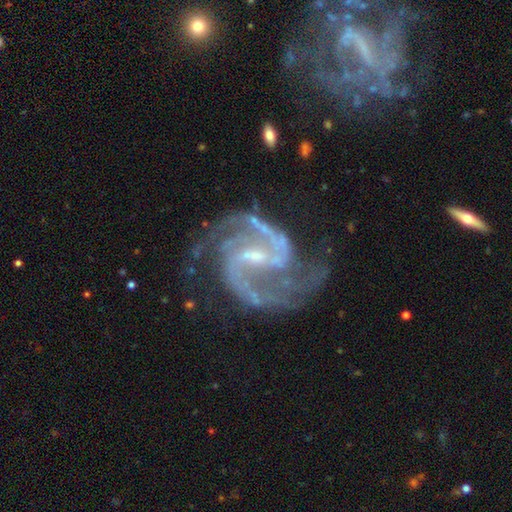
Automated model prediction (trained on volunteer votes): A featured or disk galaxy (94%) with a weak bar (50%), 2 (84%) medium (65%) spiral arms (99%) and a small central bulge (64%).

Vote fractions:
- Smooth or featured? featured or disk: 94% / star or artifact: 4% / smooth: 2%
- Edge-on disk? no: 98% / yes: 2%
- Bar? weak: 50% / strong: 38% / no: 13%
- Spiral arms? yes: 99% / no: 1%
- Spiral winding? medium: 65% / tight: 22% / loose: 13%
- Spiral arm count? 2: 84% / 3: 7% / can't tell: 3% / 4: 2% / 1: 2% / more than 4: 2%
- Bulge size? small: 64% / moderate: 24% / none: 10% / large: 1% / dominant: 1%
- Merging? none: 70% / minor disturbance: 18% / major disturbance: 10% / merger: 2%